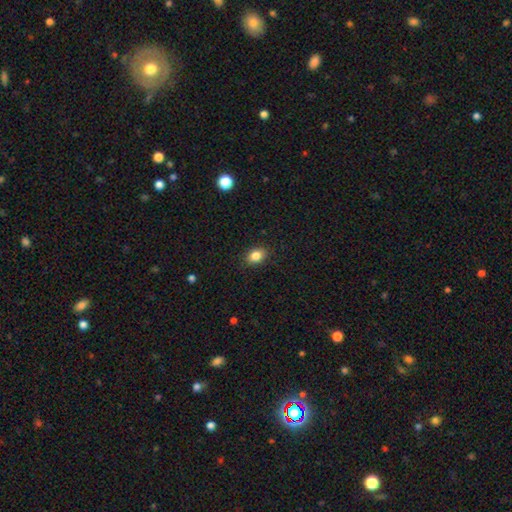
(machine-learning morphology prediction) This appears to be a smooth galaxy with no disk features (85%) that is in between round and cigar-shaped (69%). Merging: none (88%).